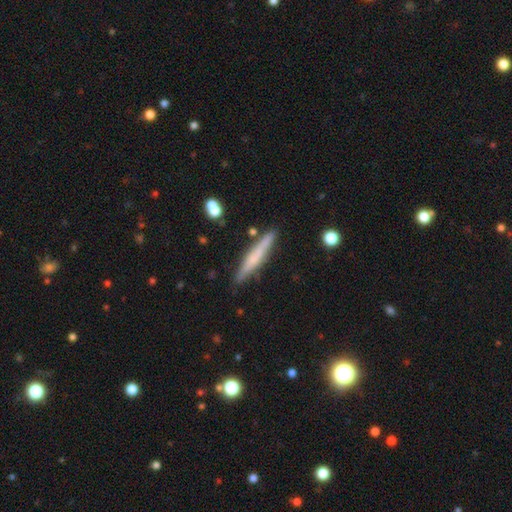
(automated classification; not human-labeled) Morphology: type=smooth (49%); merging=none (85%).